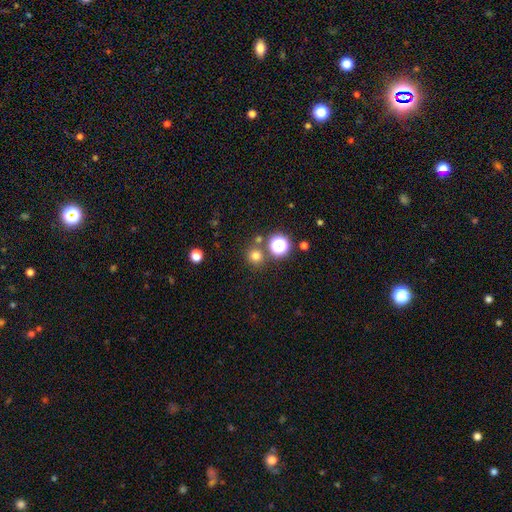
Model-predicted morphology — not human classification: Smooth or featured?
  - smooth: 73% *
  - star or artifact: 21%
  - featured or disk: 6%
How rounded?
  - round: 93% *
  - in between: 6%
  - cigar-shaped: 1%
Merging?
  - none: 79% *
  - merger: 11%
  - minor disturbance: 7%
  - major disturbance: 3%